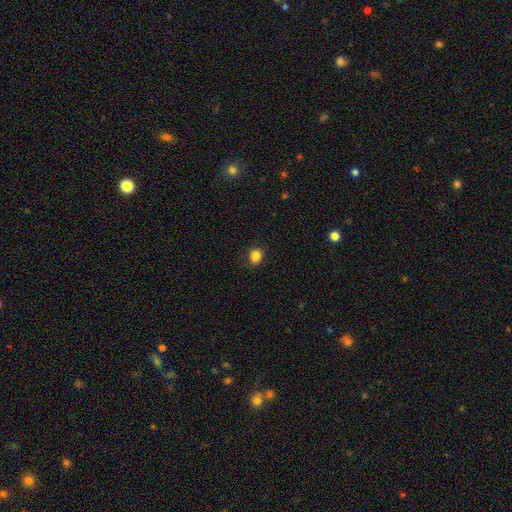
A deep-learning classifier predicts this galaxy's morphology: This appears to be a smooth galaxy with no disk features (84%) that is round (66%). Merging: none (80%).